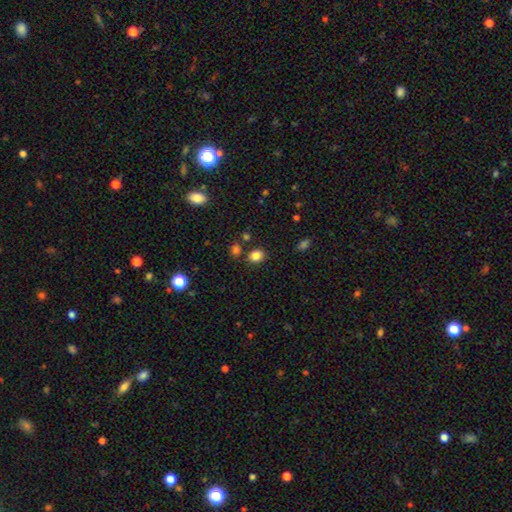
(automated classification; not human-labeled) This appears to be a smooth galaxy with no disk features (83%) that is round (51%). Merging: none (80%).